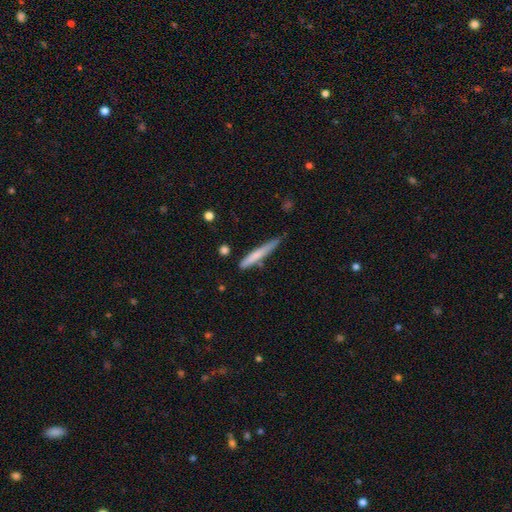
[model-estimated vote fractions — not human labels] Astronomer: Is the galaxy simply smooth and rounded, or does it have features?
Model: smooth — 68%.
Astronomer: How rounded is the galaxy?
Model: cigar-shaped — 95%.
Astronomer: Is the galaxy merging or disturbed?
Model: none — 68%.